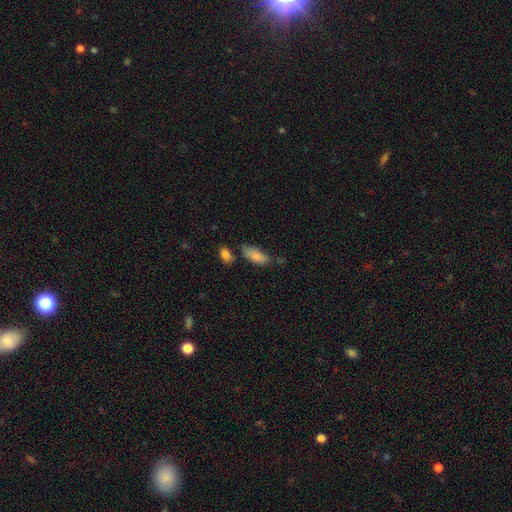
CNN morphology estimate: smooth_or_featured: smooth (p=0.84) [alt: featured or disk p=0.09]
how_rounded: in between (p=0.82) [alt: cigar-shaped p=0.16]
merging: none (p=0.53) [alt: minor disturbance p=0.29]